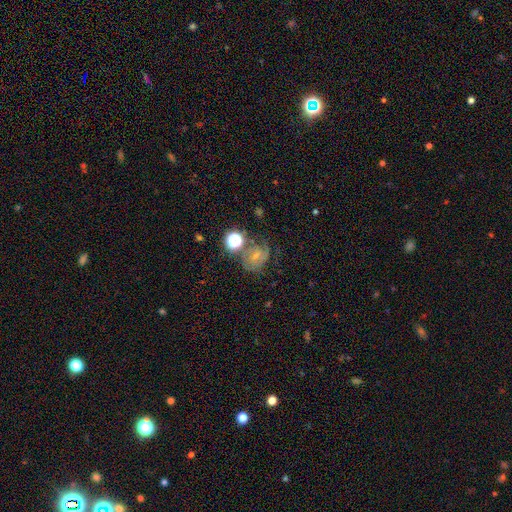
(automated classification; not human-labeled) Q: Smooth or featured?
A: featured or disk (48%); runner-up: smooth (34%)
Q: Merging?
A: none (53%); runner-up: minor disturbance (20%)